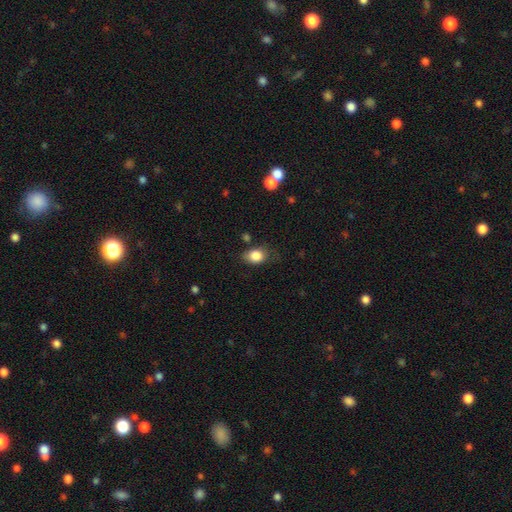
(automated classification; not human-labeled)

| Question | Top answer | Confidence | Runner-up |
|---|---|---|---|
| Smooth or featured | smooth | 85% | star or artifact (9%) |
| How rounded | in between | 65% | round (33%) |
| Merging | none | 67% | minor disturbance (24%) |